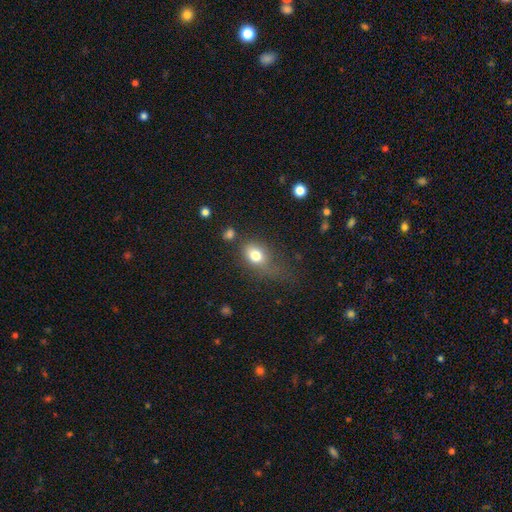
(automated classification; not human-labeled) Morphology: type=smooth (78%); roundness=in between (62%); merging=none (43%).